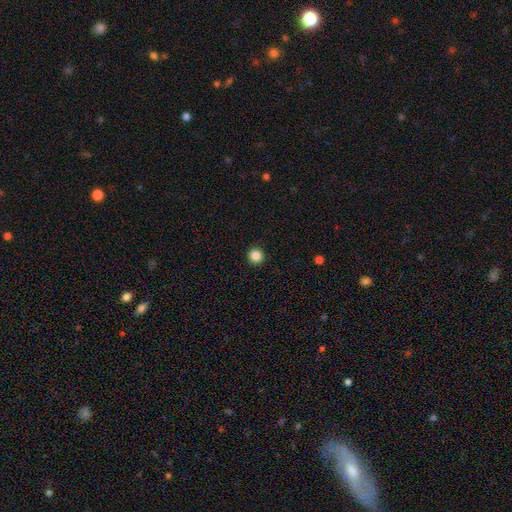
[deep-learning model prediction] Smooth or featured: smooth — 86% (star or artifact — 11%)
How rounded: round — 96% (in between — 3%)
Merging: none — 94% (minor disturbance — 4%)